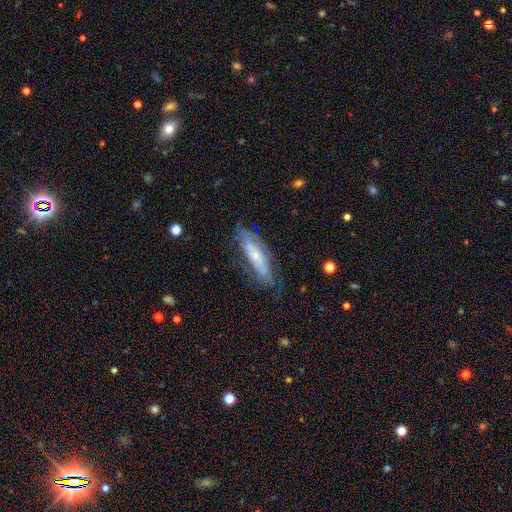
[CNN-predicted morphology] smooth-or-featured: featured or disk: 61% | smooth: 32% | star or artifact: 7%
  disk-edge-on: no: 65% | yes: 35%
  merging: none: 61% | minor disturbance: 25% | major disturbance: 12% | merger: 2%